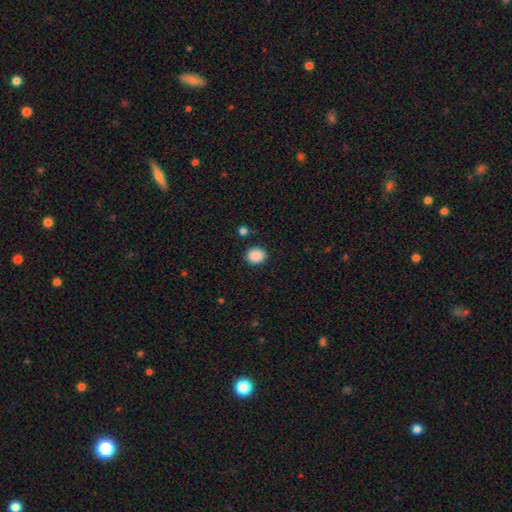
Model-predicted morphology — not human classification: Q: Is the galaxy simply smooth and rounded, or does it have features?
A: smooth — 89%.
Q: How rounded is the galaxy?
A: round — 65%.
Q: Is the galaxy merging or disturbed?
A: none — 88%.